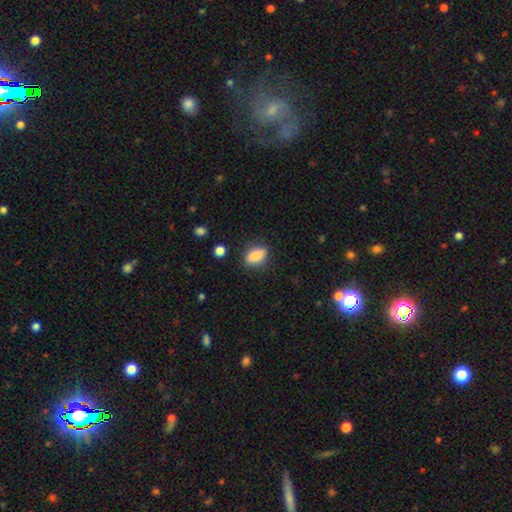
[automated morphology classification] This is clearly a smooth galaxy (86%). How rounded: clearly in between (85%). Merging: clearly none (80%).